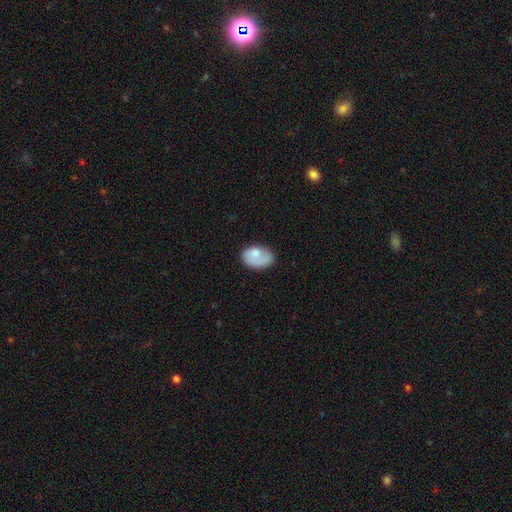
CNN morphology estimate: Smooth or featured? Predicted: smooth (p=0.69). How rounded? Predicted: in between (p=0.84). Merging? Predicted: none (p=0.49).